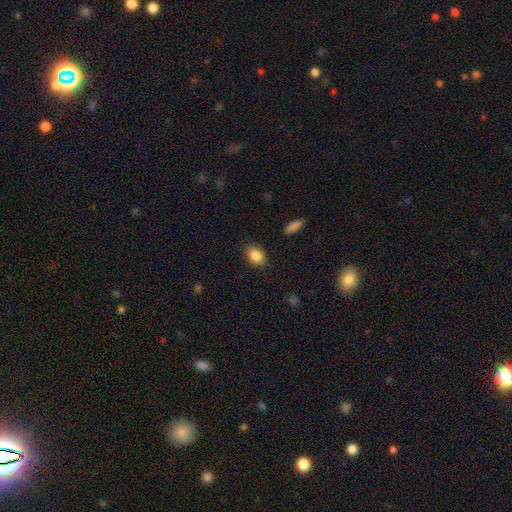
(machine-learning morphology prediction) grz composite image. It shows a smooth galaxy with no disk features (86%) that is in between round and cigar-shaped (77%). Merging: none (86%).